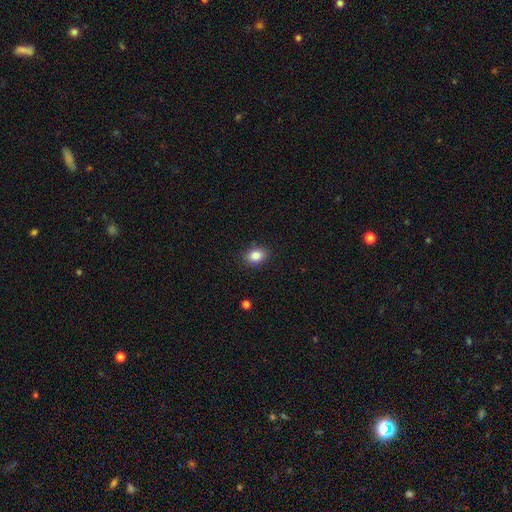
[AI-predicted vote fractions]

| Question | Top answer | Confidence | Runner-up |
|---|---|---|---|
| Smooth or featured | smooth | 85% | star or artifact (9%) |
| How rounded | in between | 76% | round (22%) |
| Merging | none | 87% | minor disturbance (9%) |